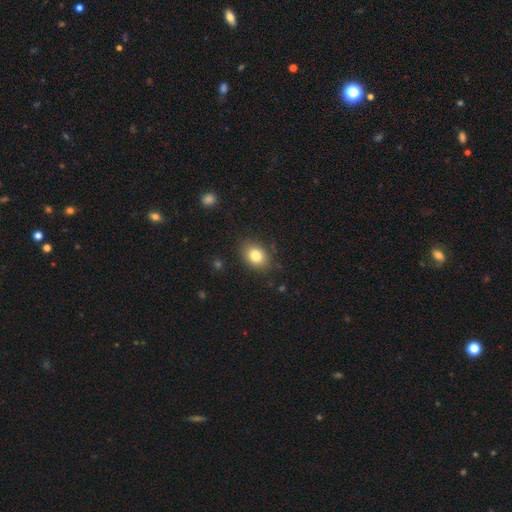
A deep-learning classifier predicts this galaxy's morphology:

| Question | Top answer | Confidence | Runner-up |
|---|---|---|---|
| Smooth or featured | smooth | 82% | star or artifact (10%) |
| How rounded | in between | 66% | round (32%) |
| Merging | none | 84% | minor disturbance (12%) |